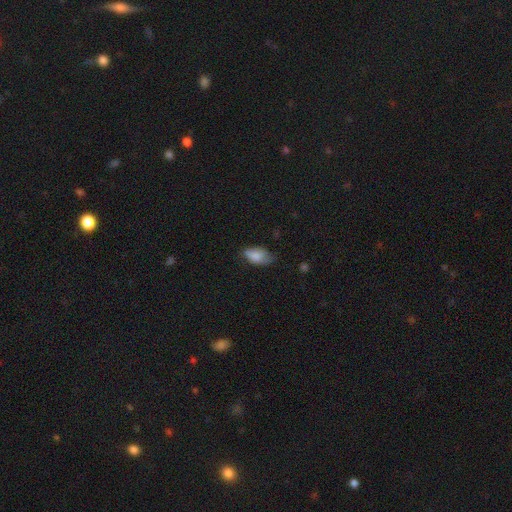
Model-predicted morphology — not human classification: Overall: smooth (80%). How rounded: in between (92%). Merging: none (48%; minor disturbance 38%).